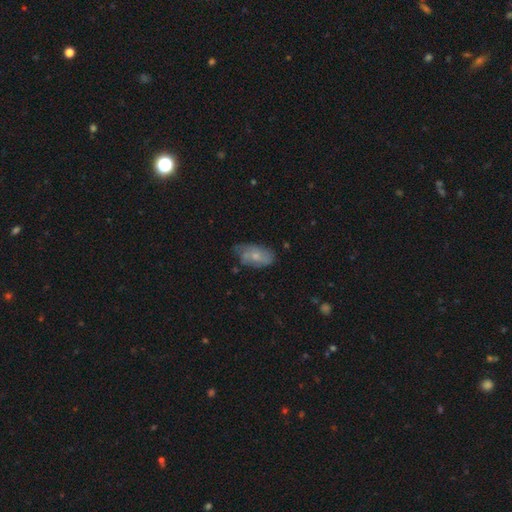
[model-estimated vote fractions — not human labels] This appears to be a smooth galaxy with no disk features (53%) that is in between round and cigar-shaped (91%). Merging: none (54%).